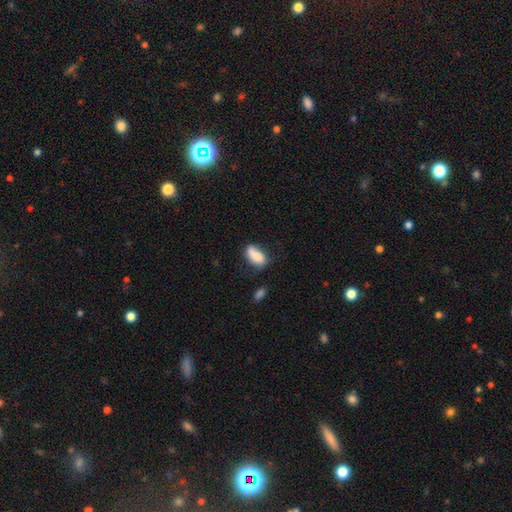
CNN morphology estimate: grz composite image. It shows a smooth galaxy with no disk features (80%) that is in between round and cigar-shaped (90%). Merging: none (50%).